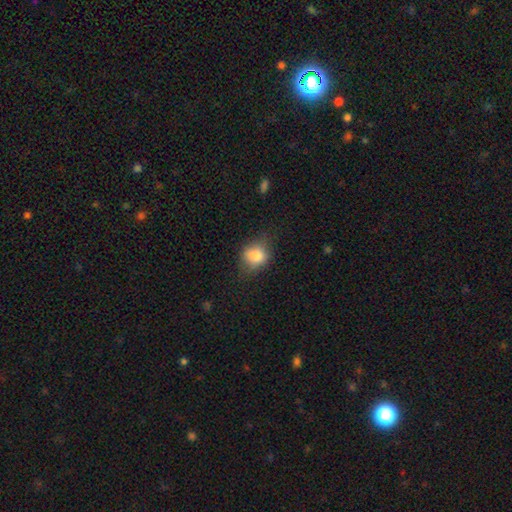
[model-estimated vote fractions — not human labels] This appears to be a smooth galaxy with no disk features (79%) that is round (54%). Merging: none (63%).